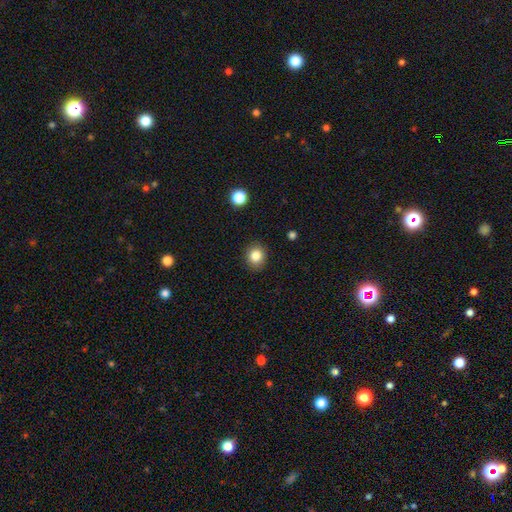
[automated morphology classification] smooth_or_featured: smooth (p=0.84) [alt: star or artifact p=0.10]
how_rounded: round (p=0.74) [alt: in between p=0.26]
merging: none (p=0.89) [alt: minor disturbance p=0.08]